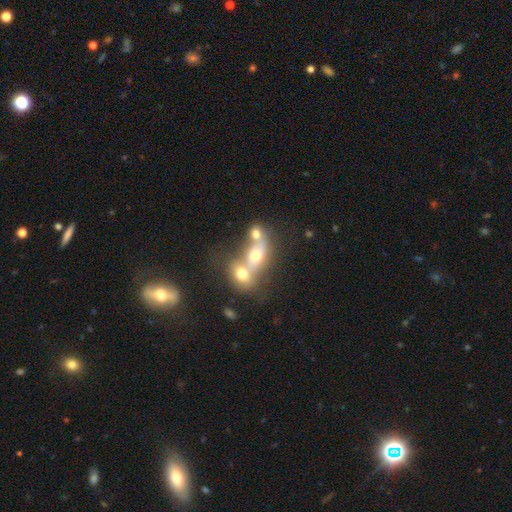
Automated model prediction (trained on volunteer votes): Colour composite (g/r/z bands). It shows a smooth galaxy with no disk features (51%) that is in between round and cigar-shaped (52%). Merging: merger (68%).